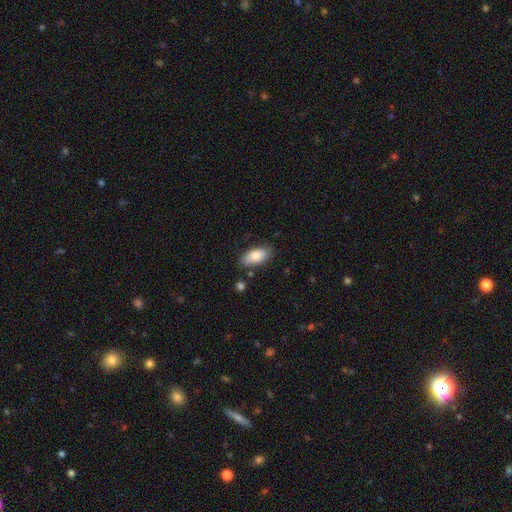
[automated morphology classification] type=smooth (84%); roundness=in between (90%); merging=none (80%).